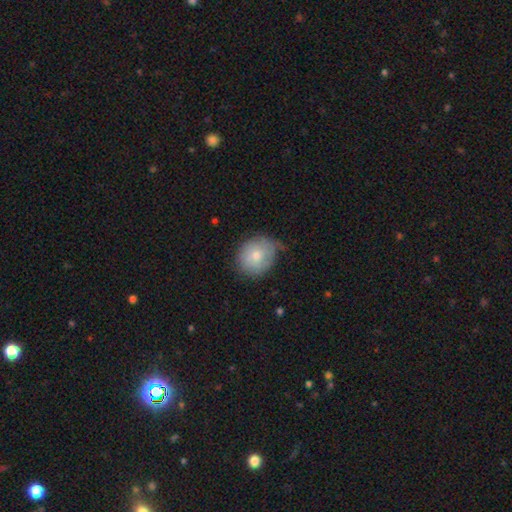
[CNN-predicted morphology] smooth 72%, featured or disk 21%, star or artifact 7%. Down the decision tree: how rounded — round (69%); merging — none (65%).